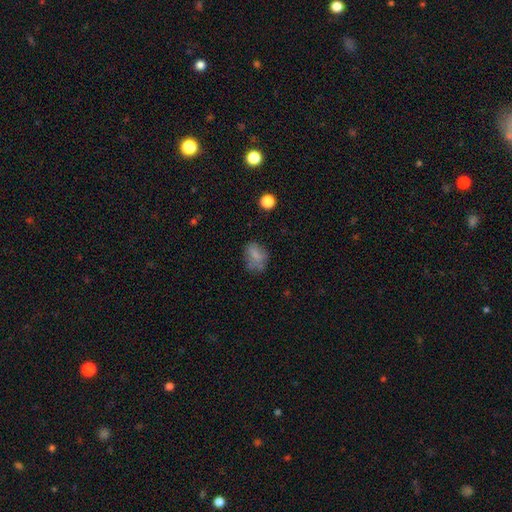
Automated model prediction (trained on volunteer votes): Overall: smooth (73%). How rounded: in between (71%). Merging: none (55%; minor disturbance 27%).